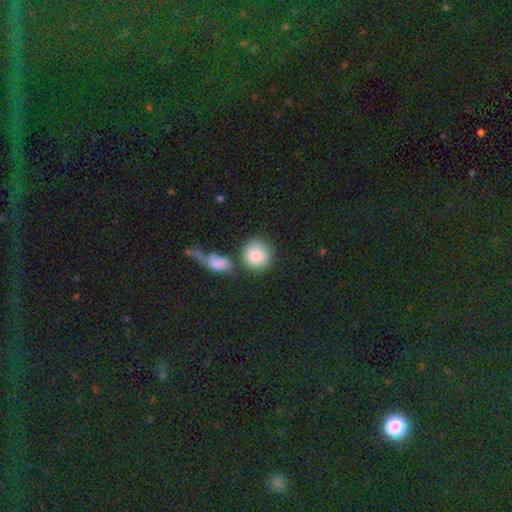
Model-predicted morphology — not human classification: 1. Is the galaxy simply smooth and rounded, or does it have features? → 84% smooth, 9% featured or disk, 7% star or artifact.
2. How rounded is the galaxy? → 89% round, 10% in between, 1% cigar-shaped.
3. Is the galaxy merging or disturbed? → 62% none, 20% merger, 11% minor disturbance, 7% major disturbance.